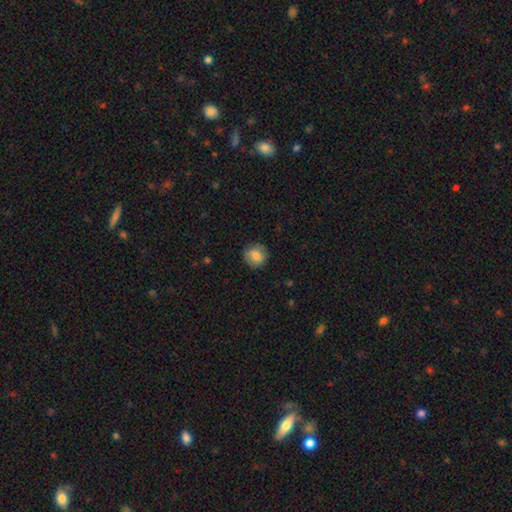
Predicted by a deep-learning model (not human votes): Smooth or featured: smooth — 76% (featured or disk — 16%)
How rounded: round — 88% (in between — 11%)
Merging: none — 85% (minor disturbance — 11%)